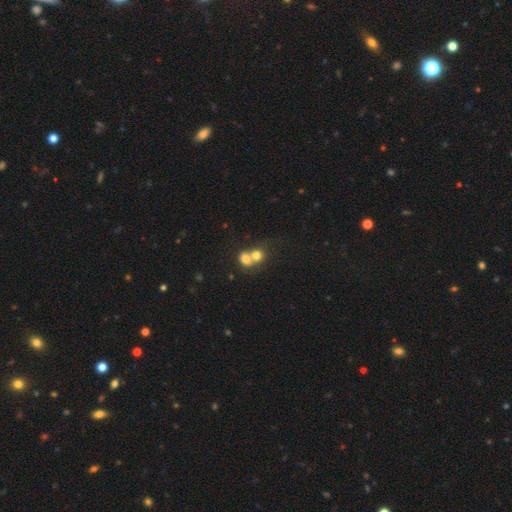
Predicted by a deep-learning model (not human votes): A smooth galaxy with no disk features (73%) that is round (64%).

Vote fractions:
- Smooth or featured? smooth: 73% / featured or disk: 16% / star or artifact: 11%
- How rounded? round: 64% / in between: 35% / cigar-shaped: 1%
- Merging? merger: 69% / none: 23% / minor disturbance: 5% / major disturbance: 3%